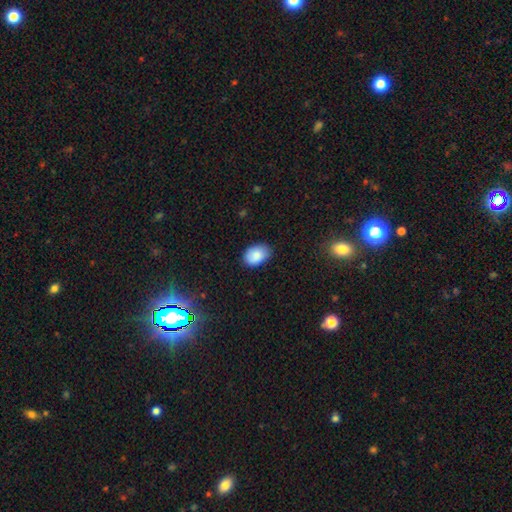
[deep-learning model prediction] smooth-or-featured: smooth: 87% | star or artifact: 7% | featured or disk: 5%
  how-rounded: in between: 85% | round: 14% | cigar-shaped: 1%
  merging: none: 78% | minor disturbance: 18% | major disturbance: 3% | merger: 1%